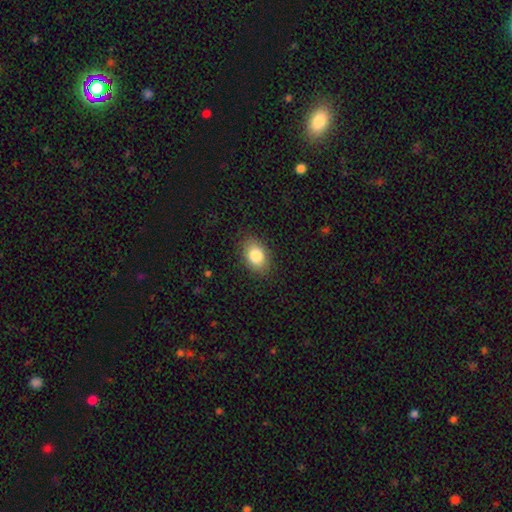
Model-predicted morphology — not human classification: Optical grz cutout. It shows a smooth galaxy with no disk features (84%) that is in between round and cigar-shaped (83%). Merging: none (86%).